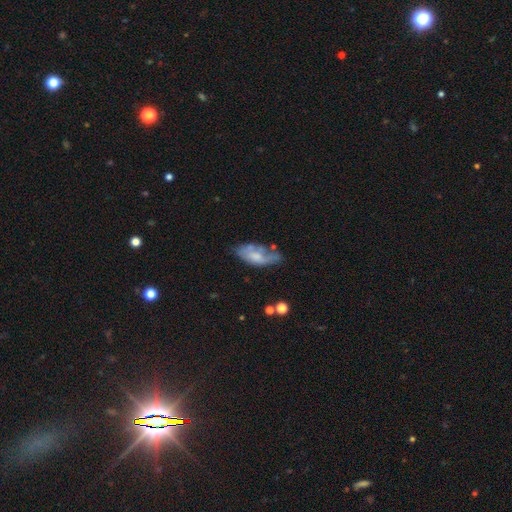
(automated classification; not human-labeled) smooth_or_featured: smooth (p=0.49) [alt: featured or disk p=0.43]
merging: none (p=0.42) [alt: minor disturbance p=0.32]